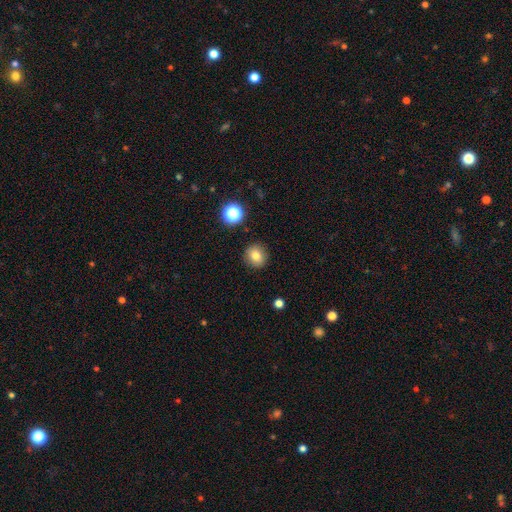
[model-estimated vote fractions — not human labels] Q: Smooth or featured?
A: smooth (78%); runner-up: star or artifact (12%)
Q: How rounded?
A: round (88%); runner-up: in between (11%)
Q: Merging?
A: none (89%); runner-up: minor disturbance (7%)